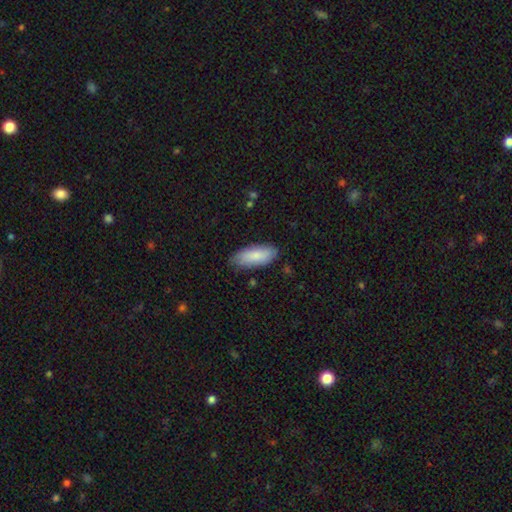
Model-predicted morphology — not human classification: smooth 84%, featured or disk 10%, star or artifact 5%. Down the decision tree: how rounded — in between (82%); merging — none (79%).